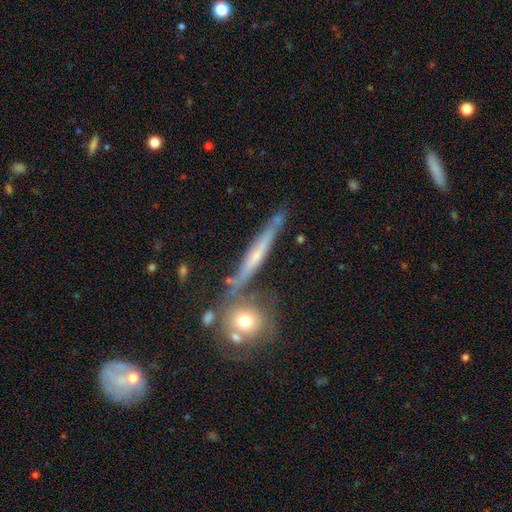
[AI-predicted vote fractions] Smooth or featured? Predicted: featured or disk (p=0.58). Edge-on disk? Predicted: yes (p=0.87). Edge-on bulge? Predicted: none (p=0.54). Merging? Predicted: none (p=0.73).